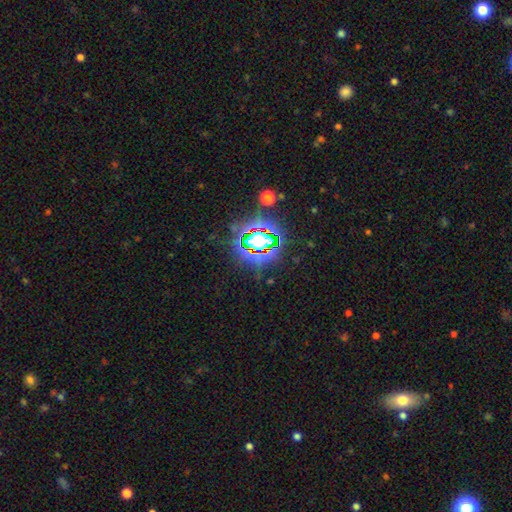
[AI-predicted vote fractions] Smooth or featured?
  - star or artifact: 80% *
  - smooth: 12%
  - featured or disk: 9%